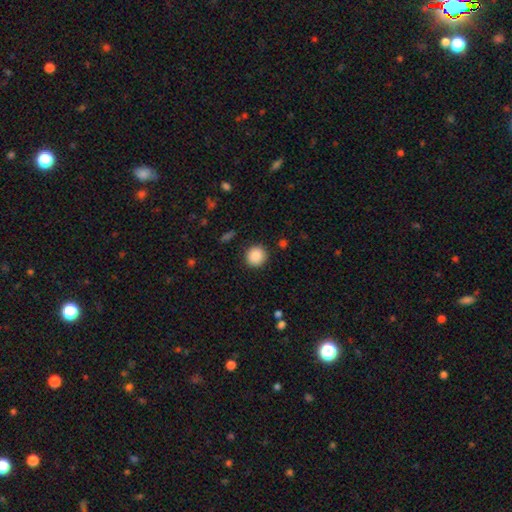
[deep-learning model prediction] Smooth or featured?
  - smooth: 88% *
  - star or artifact: 8%
  - featured or disk: 3%
How rounded?
  - round: 92% *
  - in between: 7%
  - cigar-shaped: 1%
Merging?
  - none: 90% *
  - minor disturbance: 6%
  - major disturbance: 2%
  - merger: 1%